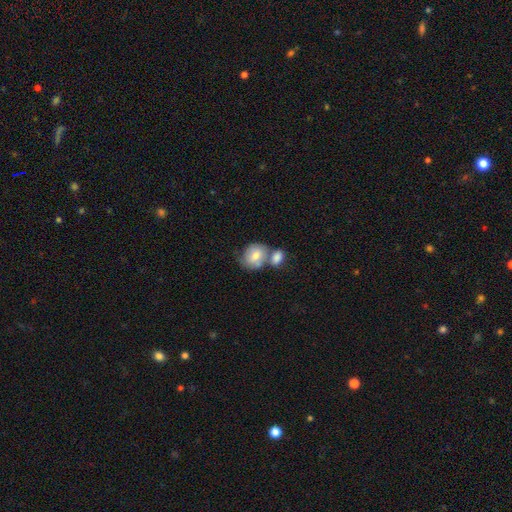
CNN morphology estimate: Smooth or featured? Predicted: smooth (p=0.74). How rounded? Predicted: round (p=0.59). Merging? Predicted: merger (p=0.51).